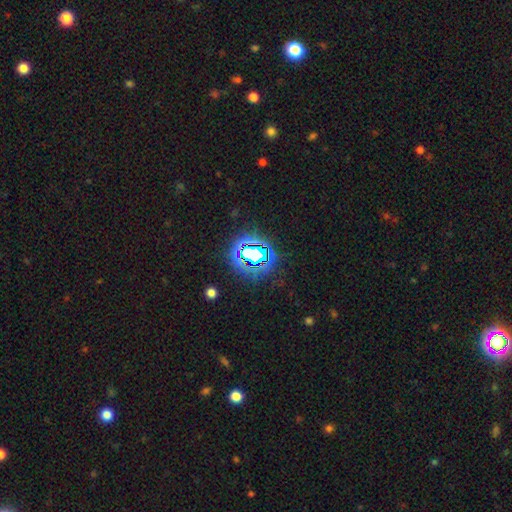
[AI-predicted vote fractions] This is likely a star or artifact rather than a galaxy (71%).